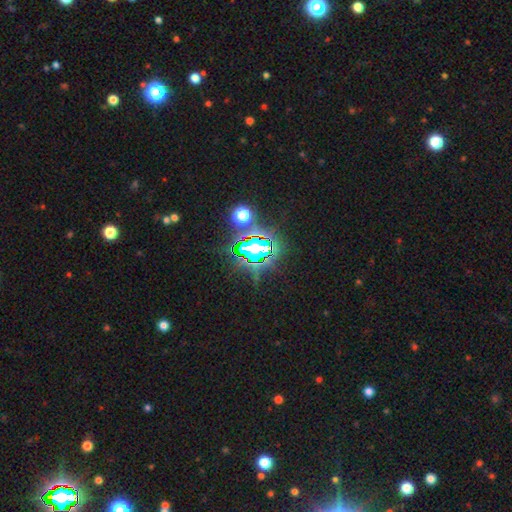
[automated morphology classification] Overall: star or artifact (81%).